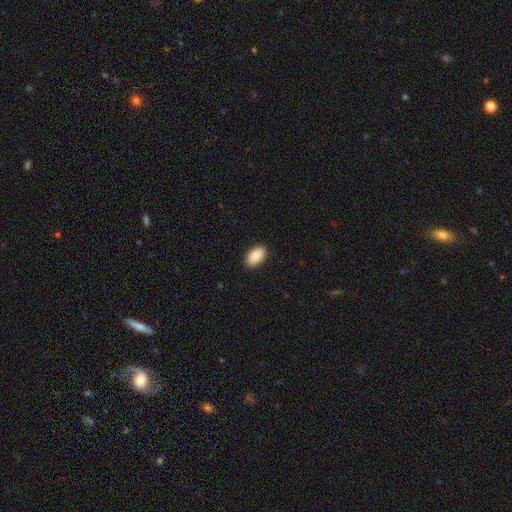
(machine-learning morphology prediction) Q: Smooth or featured?
A: smooth (90%); runner-up: star or artifact (6%)
Q: How rounded?
A: in between (94%); runner-up: round (4%)
Q: Merging?
A: none (89%); runner-up: minor disturbance (8%)